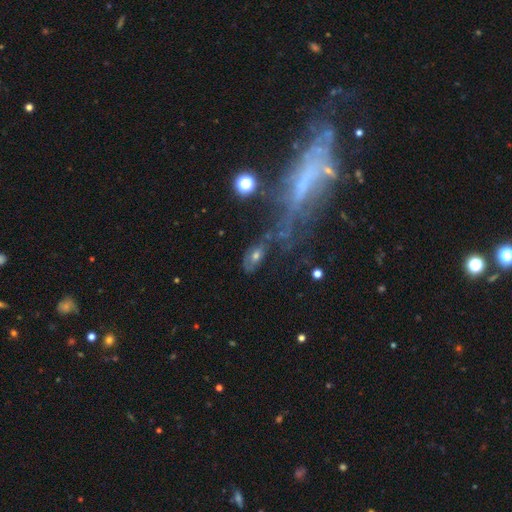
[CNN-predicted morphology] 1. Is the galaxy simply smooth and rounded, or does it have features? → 44% smooth, 39% featured or disk, 17% star or artifact.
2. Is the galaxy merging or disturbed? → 49% none, 23% minor disturbance, 18% major disturbance, 10% merger.